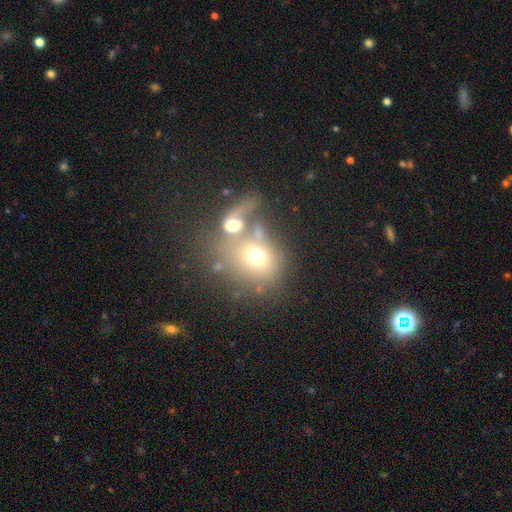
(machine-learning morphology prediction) smooth 59%, featured or disk 28%, star or artifact 13%. Down the decision tree: how rounded — round (60%); merging — merger (54%).